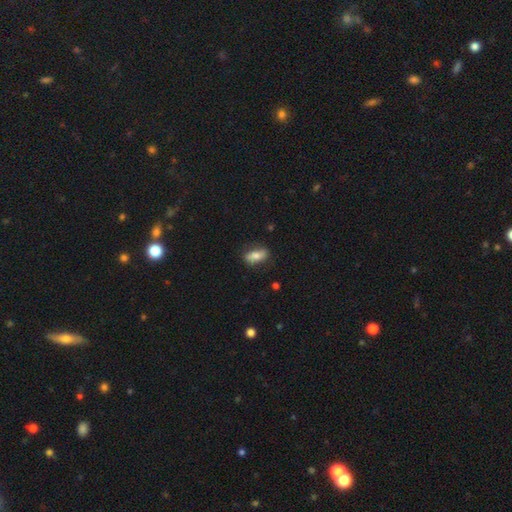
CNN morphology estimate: Smooth or featured?
  - smooth: 68% *
  - featured or disk: 24%
  - star or artifact: 7%
How rounded?
  - in between: 79% *
  - cigar-shaped: 16%
  - round: 5%
Merging?
  - none: 81% *
  - minor disturbance: 15%
  - major disturbance: 3%
  - merger: 1%